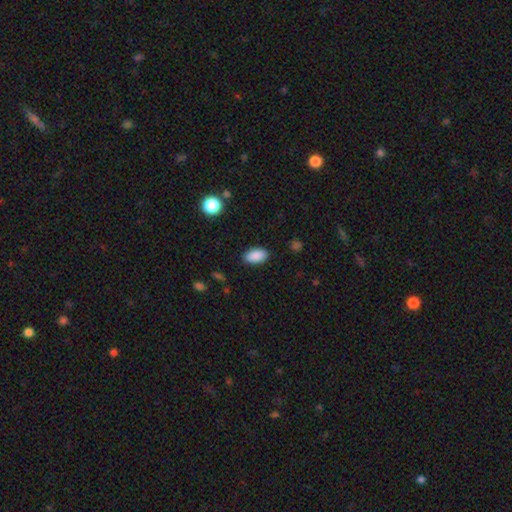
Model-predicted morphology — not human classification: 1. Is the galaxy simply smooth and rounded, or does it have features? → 89% smooth, 7% star or artifact, 3% featured or disk.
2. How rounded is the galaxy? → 94% in between, 4% round, 2% cigar-shaped.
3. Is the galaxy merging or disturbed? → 88% none, 8% minor disturbance, 2% major disturbance, 1% merger.